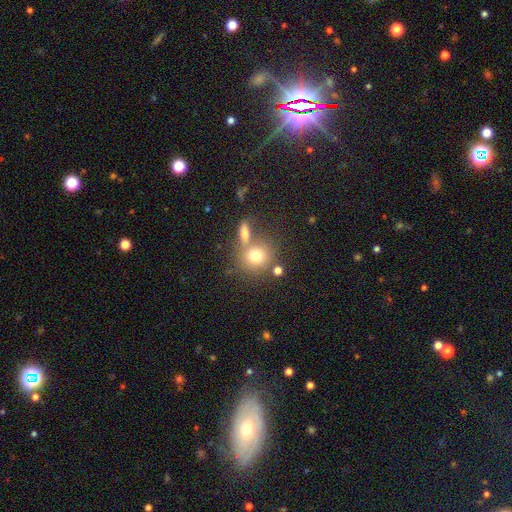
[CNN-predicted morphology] Overall: smooth (74%). How rounded: round (82%). Merging: none (58%; merger 27%).